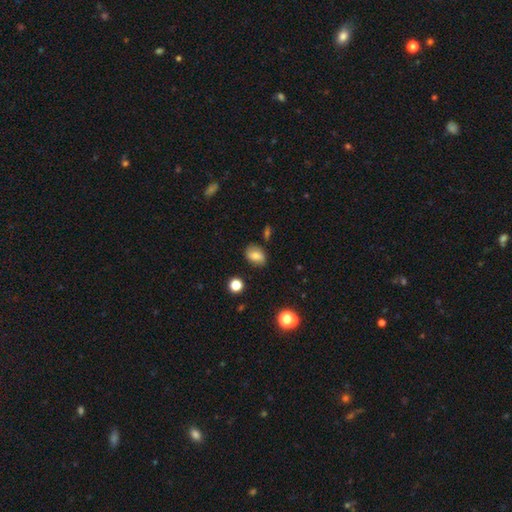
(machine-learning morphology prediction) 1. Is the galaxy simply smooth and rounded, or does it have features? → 72% smooth, 17% featured or disk, 11% star or artifact.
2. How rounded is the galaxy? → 75% in between, 23% round, 2% cigar-shaped.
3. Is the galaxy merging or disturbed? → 74% none, 18% minor disturbance, 4% major disturbance, 3% merger.